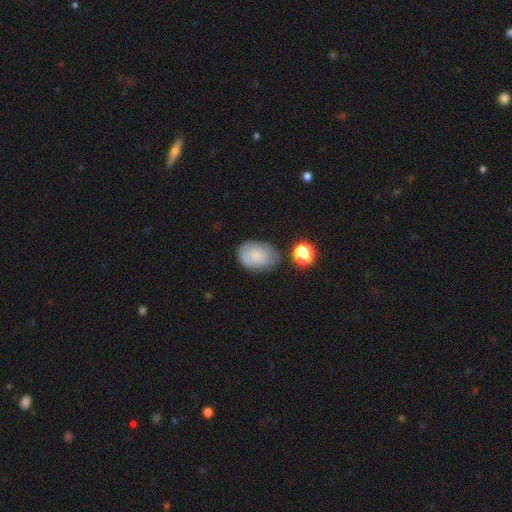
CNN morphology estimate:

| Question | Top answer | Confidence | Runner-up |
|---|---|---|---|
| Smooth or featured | smooth | 73% | featured or disk (18%) |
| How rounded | in between | 78% | round (21%) |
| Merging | none | 65% | minor disturbance (23%) |